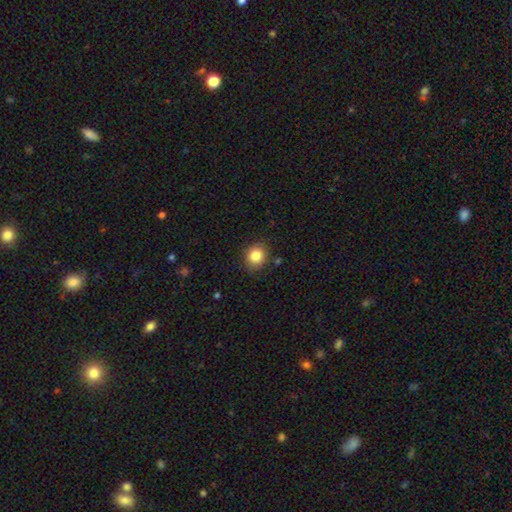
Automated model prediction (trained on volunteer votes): Smooth or featured? Predicted: smooth (p=0.84). How rounded? Predicted: round (p=0.78). Merging? Predicted: none (p=0.86).